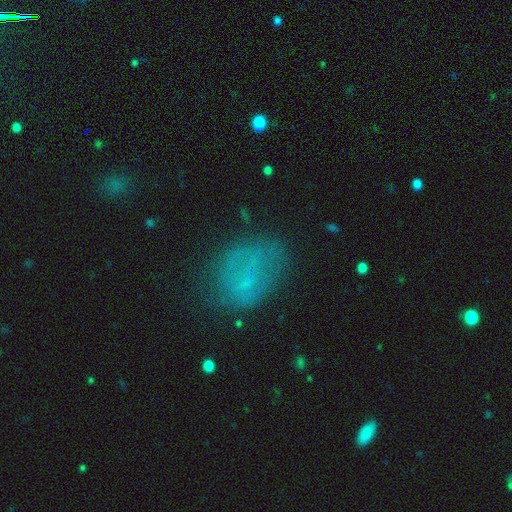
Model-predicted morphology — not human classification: This is possibly a smooth galaxy (50%). How rounded: likely in between (68%). Merging: likely none (69%).